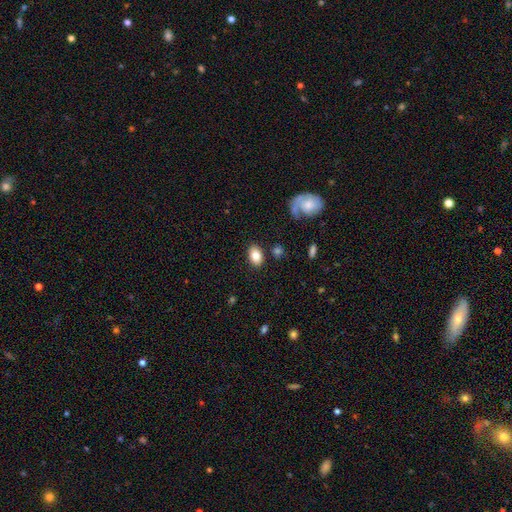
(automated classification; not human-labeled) smooth-or-featured: smooth: 80% | featured or disk: 12% | star or artifact: 8%
  how-rounded: in between: 84% | round: 14% | cigar-shaped: 1%
  merging: none: 84% | minor disturbance: 10% | merger: 3% | major disturbance: 3%